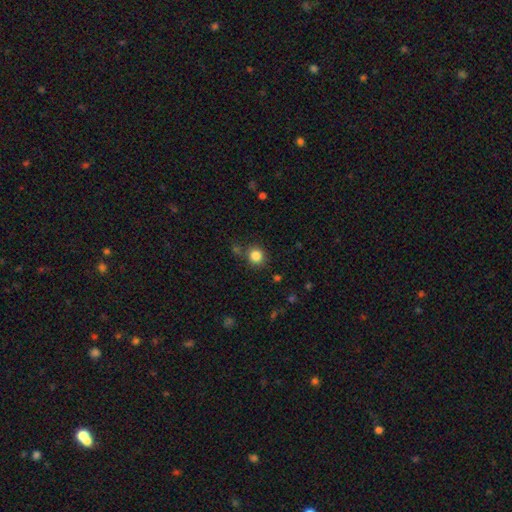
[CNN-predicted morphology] Overall: smooth (84%). How rounded: round (88%). Merging: none (81%).